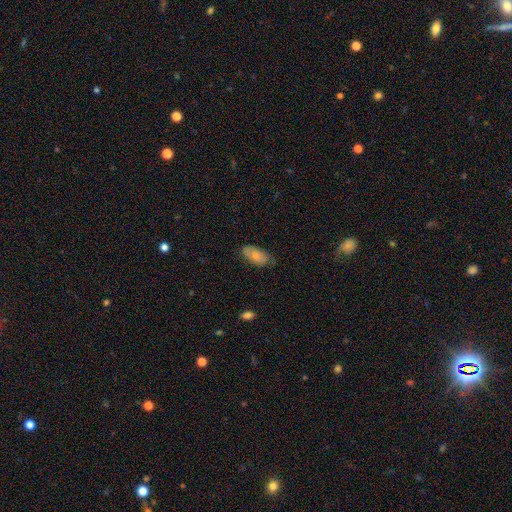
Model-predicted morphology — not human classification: This is likely a smooth galaxy (79%). How rounded: clearly in between (92%). Merging: likely none (68%).